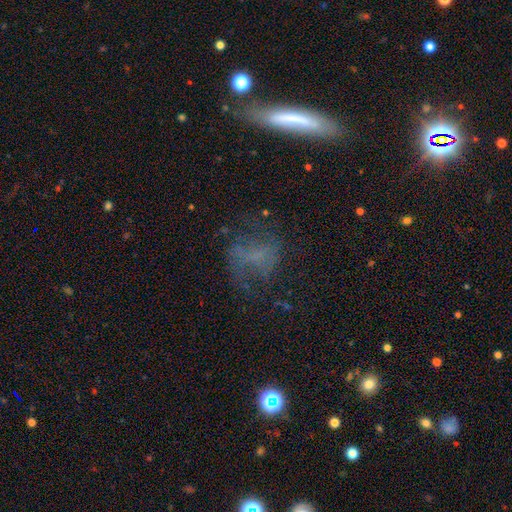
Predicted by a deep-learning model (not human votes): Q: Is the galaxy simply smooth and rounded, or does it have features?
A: smooth — 39%, tied with featured or disk.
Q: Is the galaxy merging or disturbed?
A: none — 51%.